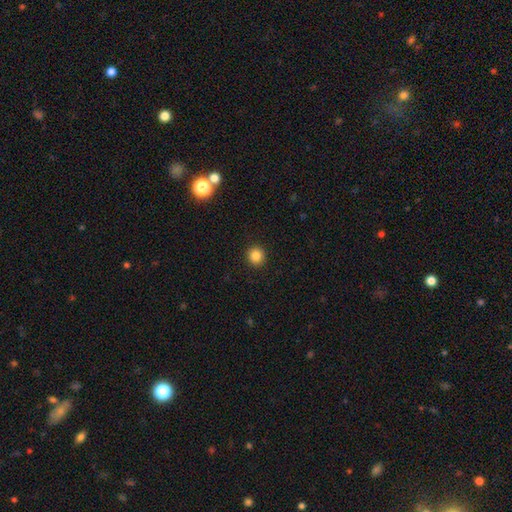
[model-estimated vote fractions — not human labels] A smooth galaxy with no disk features (86%) that is round (93%). Merging: none (92%).